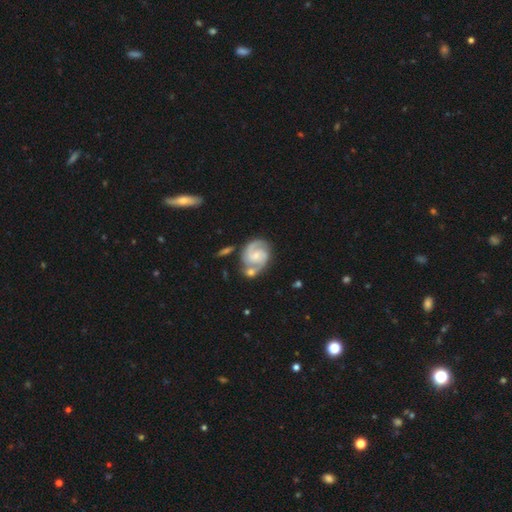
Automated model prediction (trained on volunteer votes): Smooth or featured?
  - featured or disk: 88% *
  - smooth: 7%
  - star or artifact: 5%
Edge-on disk?
  - no: 98% *
  - yes: 2%
Bar?
  - no: 50% *
  - weak: 40%
  - strong: 10%
Spiral arms?
  - yes: 98% *
  - no: 2%
Spiral winding?
  - medium: 50% *
  - tight: 41%
  - loose: 9%
Spiral arm count?
  - 2: 88% *
  - 3: 5%
  - can't tell: 3%
  - 1: 2%
  - 4: 1%
  - more than 4: 1%
Bulge size?
  - small: 59% *
  - moderate: 31%
  - none: 7%
  - large: 2%
  - dominant: 1%
Merging?
  - none: 55% *
  - merger: 24%
  - minor disturbance: 15%
  - major disturbance: 5%